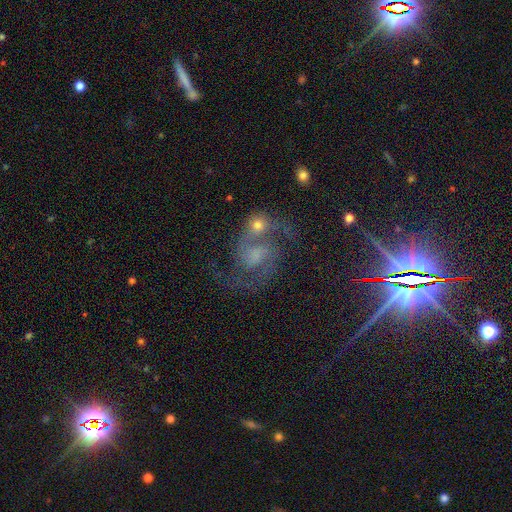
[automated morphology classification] Smooth or featured? featured or disk (79%)
Edge-on disk? no (98%)
Bar? no (51%)
Spiral arms? yes (94%)
Spiral winding? medium (59%)
Spiral arm count? 2 (91%)
Bulge size? small (37%)
Merging? none (48%)